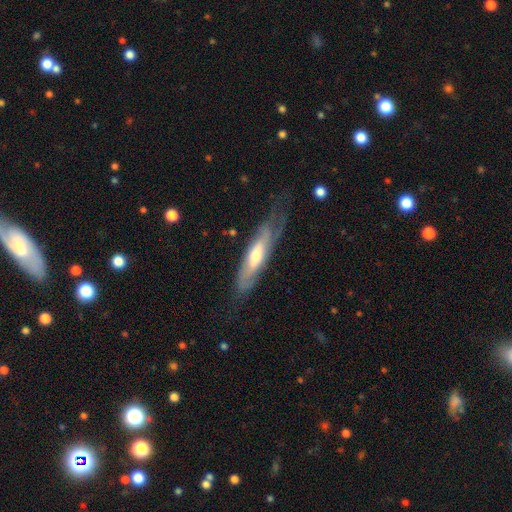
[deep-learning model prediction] Smooth or featured: featured or disk — 62% (smooth — 32%)
Edge-on disk: no — 56% (yes — 44%)
Merging: none — 56% (minor disturbance — 26%)